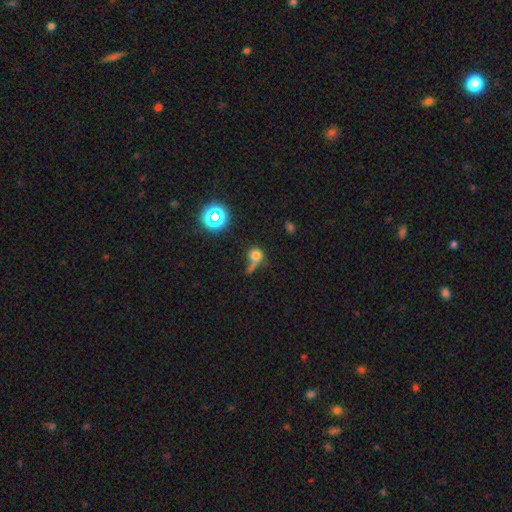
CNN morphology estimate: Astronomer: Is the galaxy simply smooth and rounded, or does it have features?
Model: smooth — 66%.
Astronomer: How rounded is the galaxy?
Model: round — 83%.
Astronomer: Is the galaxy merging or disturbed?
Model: none — 38% (runner-up: merger, 24%).